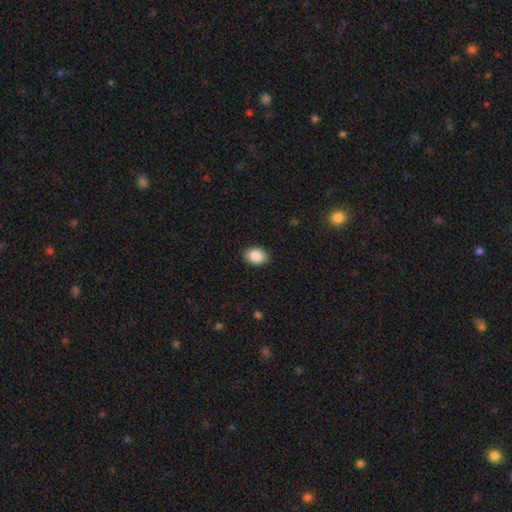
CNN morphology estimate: Smooth or featured?
  - smooth: 89% *
  - star or artifact: 7%
  - featured or disk: 5%
How rounded?
  - in between: 77% *
  - round: 22%
  - cigar-shaped: 1%
Merging?
  - none: 89% *
  - minor disturbance: 8%
  - major disturbance: 2%
  - merger: 1%